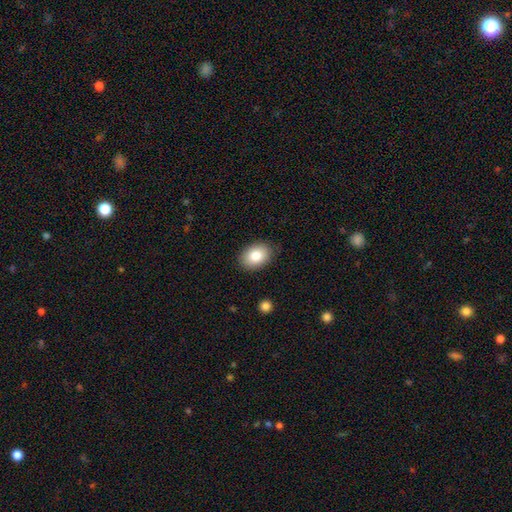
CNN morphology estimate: Q: Smooth or featured?
A: smooth (83%); runner-up: featured or disk (9%)
Q: How rounded?
A: in between (79%); runner-up: round (20%)
Q: Merging?
A: none (86%); runner-up: minor disturbance (10%)